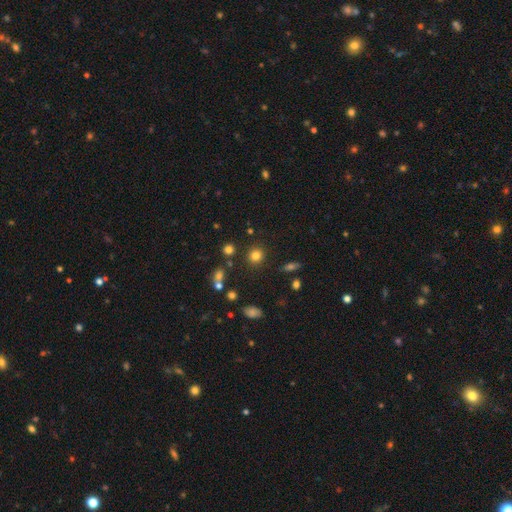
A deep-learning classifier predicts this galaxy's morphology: Smooth or featured? Predicted: smooth (p=0.80). How rounded? Predicted: round (p=0.87). Merging? Predicted: none (p=0.86).